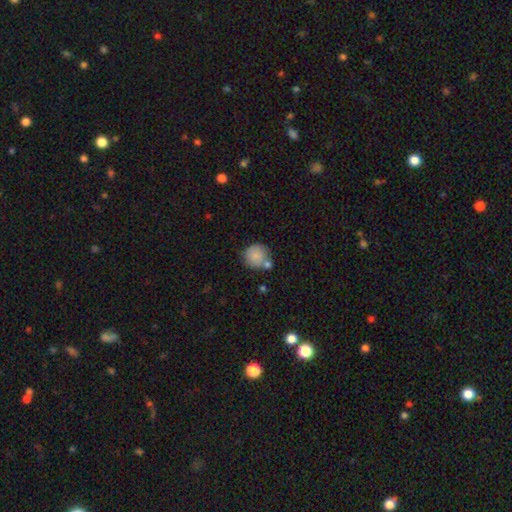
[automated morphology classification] This is clearly a smooth galaxy (84%). How rounded: clearly round (90%). Merging: possibly none (59%).